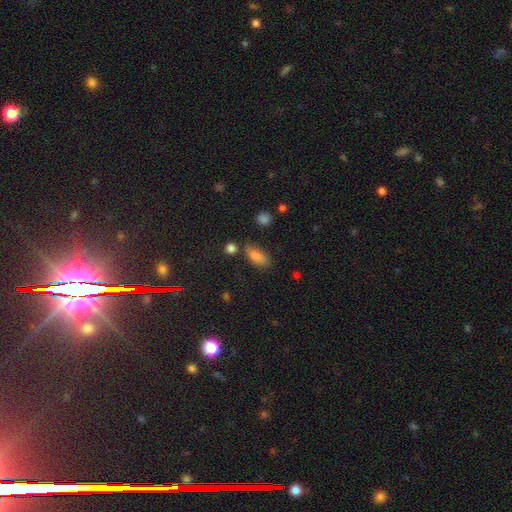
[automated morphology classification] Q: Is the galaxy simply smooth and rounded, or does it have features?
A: smooth — 82%.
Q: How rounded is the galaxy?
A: in between — 84%.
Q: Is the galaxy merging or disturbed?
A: none — 67%.